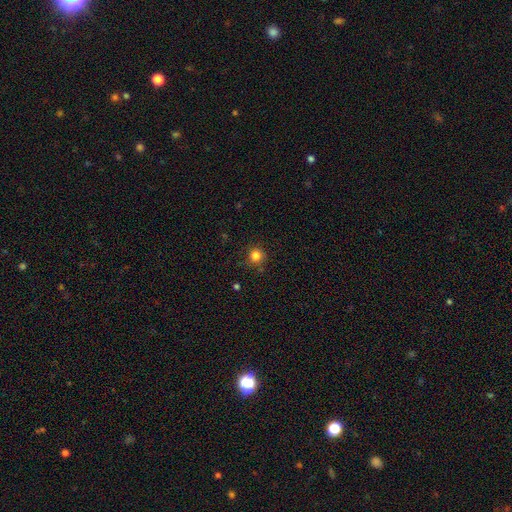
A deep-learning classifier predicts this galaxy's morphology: smooth-or-featured: smooth: 82% | star or artifact: 13% | featured or disk: 5%
  how-rounded: round: 93% | in between: 6% | cigar-shaped: 1%
  merging: none: 85% | minor disturbance: 10% | major disturbance: 3% | merger: 2%